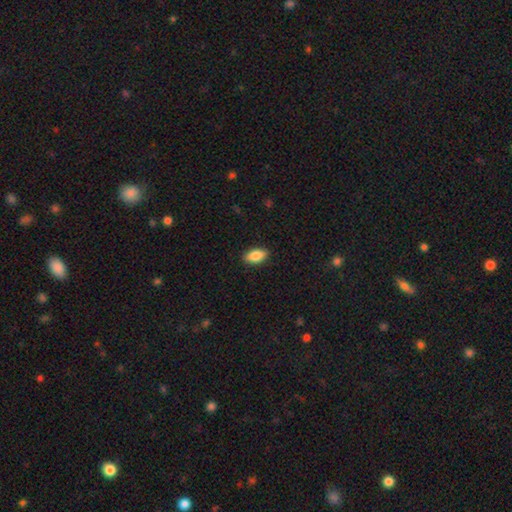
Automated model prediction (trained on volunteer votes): smooth-or-featured: smooth: 85% | featured or disk: 8% | star or artifact: 7%
  how-rounded: in between: 90% | cigar-shaped: 6% | round: 4%
  merging: none: 89% | minor disturbance: 9% | major disturbance: 2% | merger: 1%